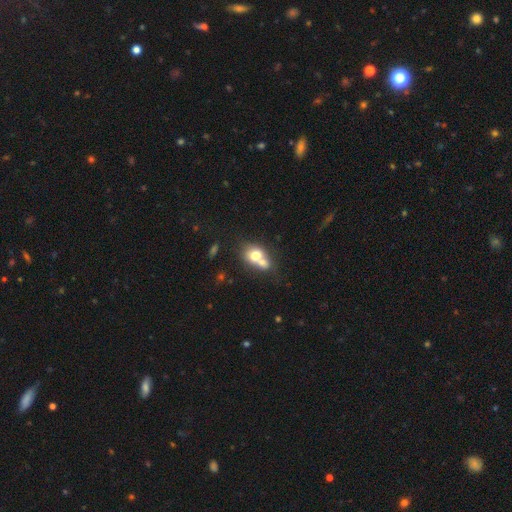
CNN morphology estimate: Smooth or featured: smooth — 68% (featured or disk — 22%)
How rounded: round — 51% (in between — 47%)
Merging: merger — 63% (none — 26%)